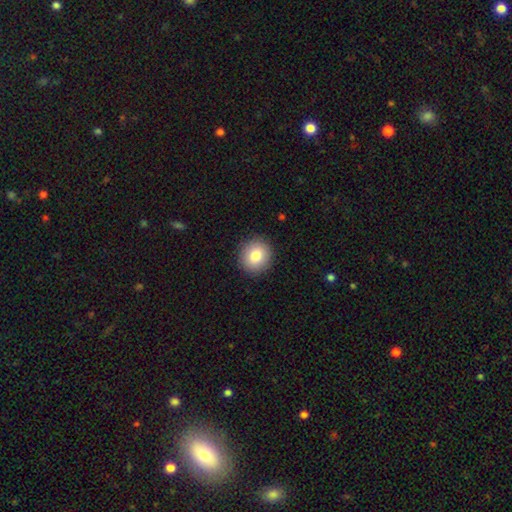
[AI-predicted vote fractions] The model was most divided on "smooth or featured": smooth: 82%, featured or disk: 9%, star or artifact: 9%. More confident: merging — none (91%); how rounded — round (86%).